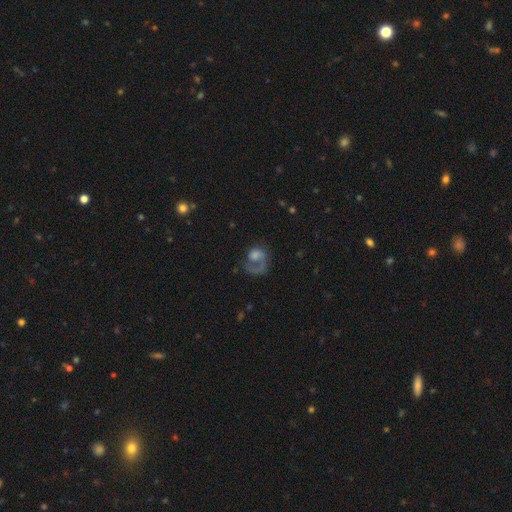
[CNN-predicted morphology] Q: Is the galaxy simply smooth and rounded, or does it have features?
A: featured or disk — 48%.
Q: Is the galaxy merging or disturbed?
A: major disturbance — 48%.